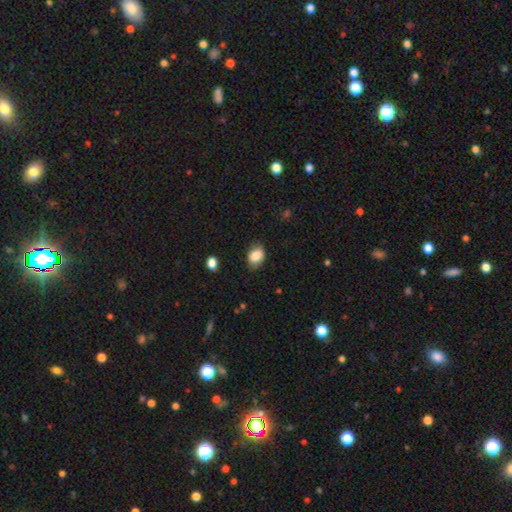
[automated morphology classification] A smooth galaxy with no disk features (85%) that is in between round and cigar-shaped (70%). Merging: none (75%).